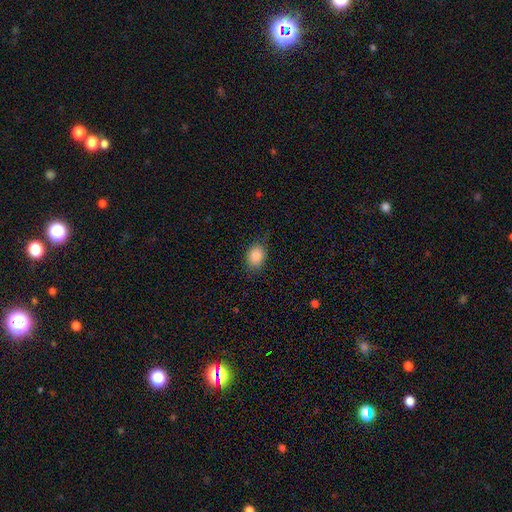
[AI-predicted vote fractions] Q: Smooth or featured?
A: smooth (86%); runner-up: star or artifact (8%)
Q: How rounded?
A: in between (68%); runner-up: round (31%)
Q: Merging?
A: none (77%); runner-up: minor disturbance (18%)